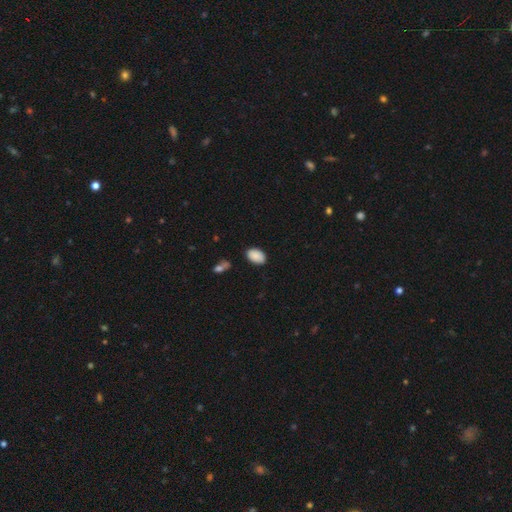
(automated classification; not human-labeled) Overall: smooth (89%). How rounded: in between (91%). Merging: none (84%).